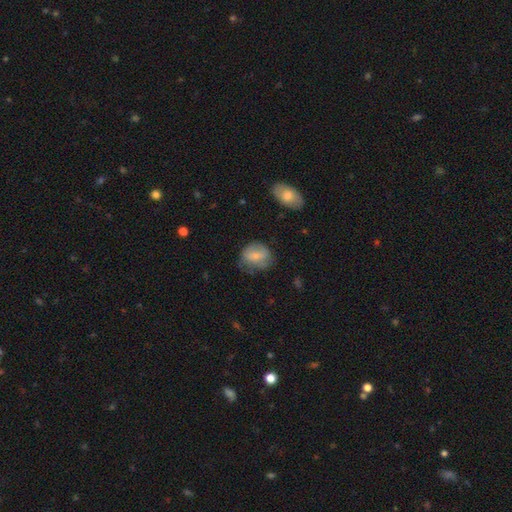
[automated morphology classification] This appears to be a smooth galaxy with no disk features (64%) that is round (60%). Merging: none (58%).